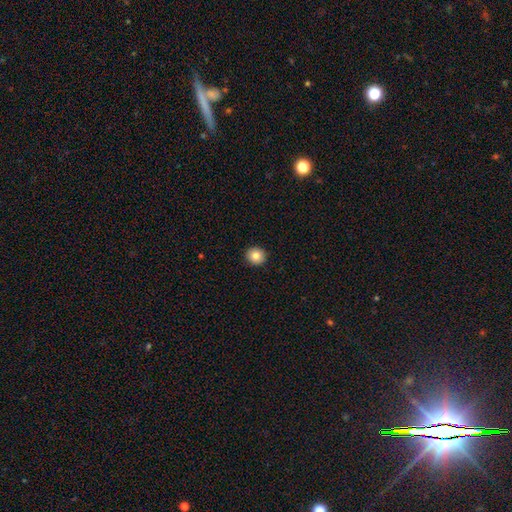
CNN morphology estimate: This is clearly a smooth galaxy (83%). How rounded: clearly round (92%). Merging: clearly none (93%).